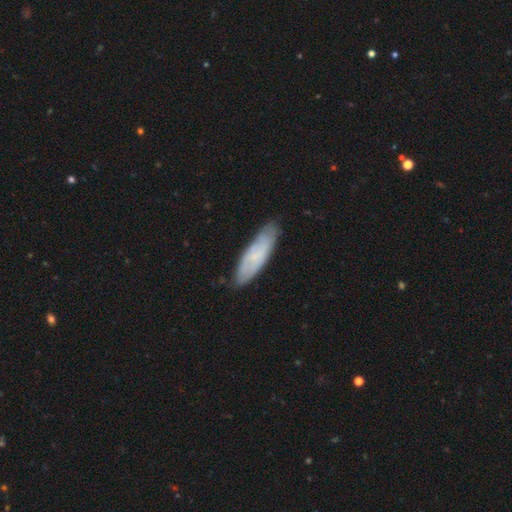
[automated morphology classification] Smooth or featured: smooth — 56% (featured or disk — 37%)
How rounded: cigar-shaped — 56% (in between — 43%)
Merging: none — 79% (minor disturbance — 16%)